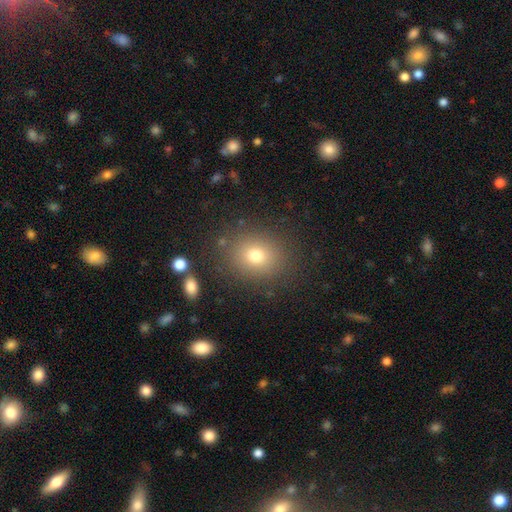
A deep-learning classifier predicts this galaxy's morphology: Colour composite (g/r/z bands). It shows a smooth galaxy with no disk features (75%) that is round (65%). Merging: none (85%).